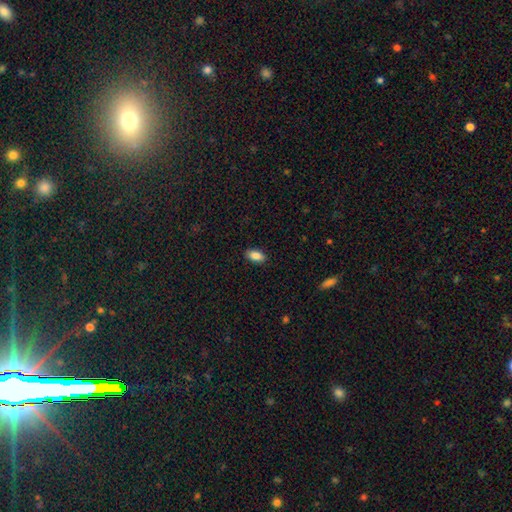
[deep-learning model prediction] Smooth or featured?
  - smooth: 88% *
  - star or artifact: 7%
  - featured or disk: 5%
How rounded?
  - in between: 92% *
  - round: 4%
  - cigar-shaped: 4%
Merging?
  - none: 89% *
  - minor disturbance: 8%
  - major disturbance: 2%
  - merger: 1%